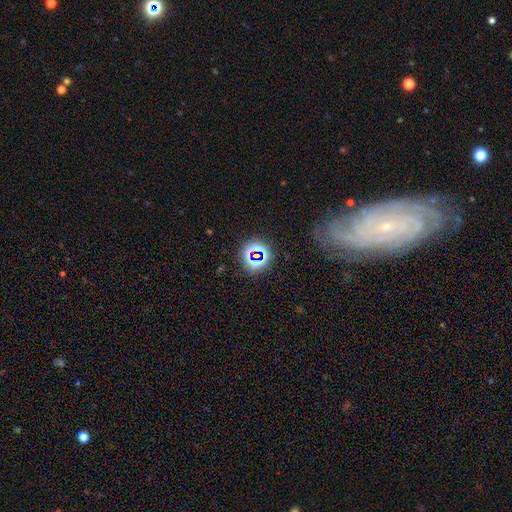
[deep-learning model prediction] Q: Smooth or featured?
A: star or artifact (67%); runner-up: smooth (23%)